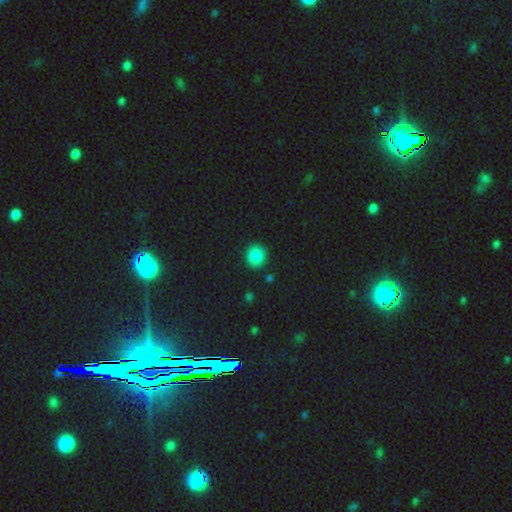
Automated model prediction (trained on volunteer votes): This is clearly a smooth galaxy (85%). How rounded: likely round (78%). Merging: clearly none (90%).